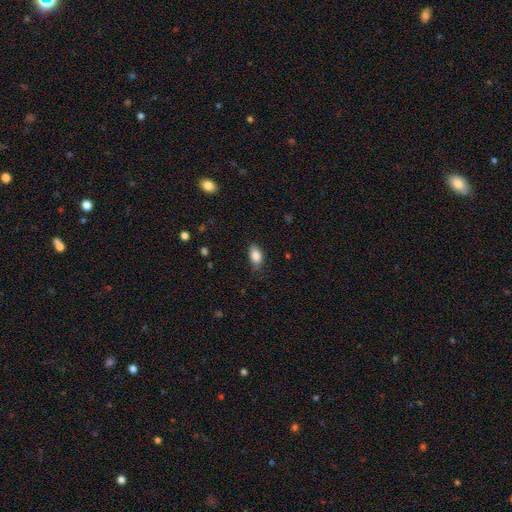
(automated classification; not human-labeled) The model was most divided on "merging": none: 76%, minor disturbance: 20%, major disturbance: 4%, merger: 1%. More confident: how rounded — in between (90%); smooth or featured — smooth (86%).